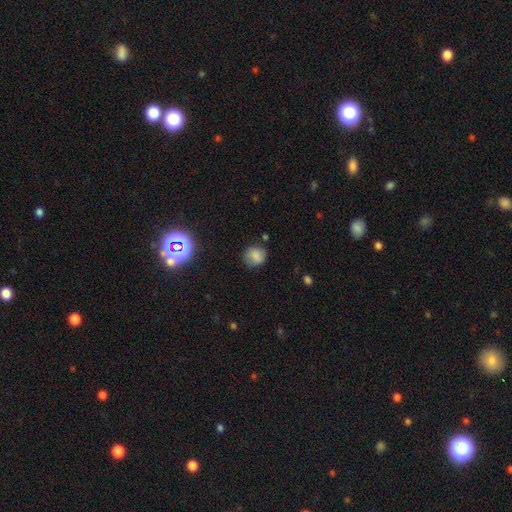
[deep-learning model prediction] Smooth or featured: smooth — 77% (star or artifact — 13%)
How rounded: round — 77% (in between — 22%)
Merging: none — 78% (minor disturbance — 16%)